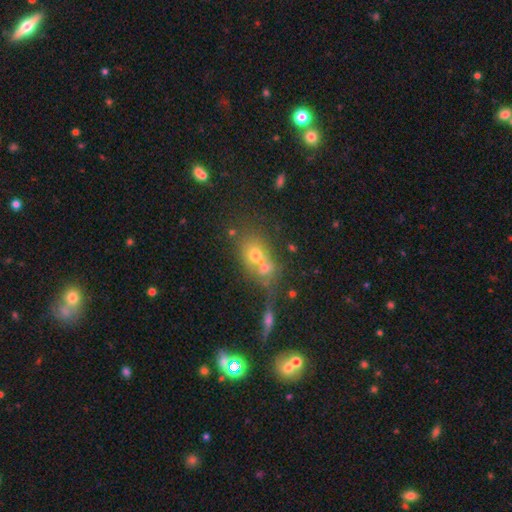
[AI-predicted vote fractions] Smooth or featured? smooth (56%)
How rounded? round (52%)
Merging? merger (53%)